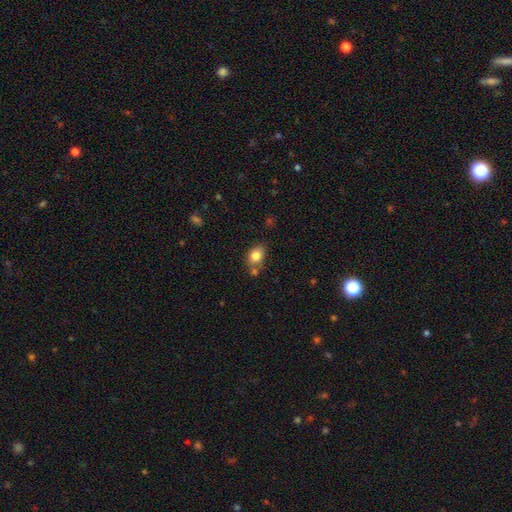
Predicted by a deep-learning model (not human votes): Smooth or featured? smooth (82%)
How rounded? in between (67%)
Merging? none (63%)